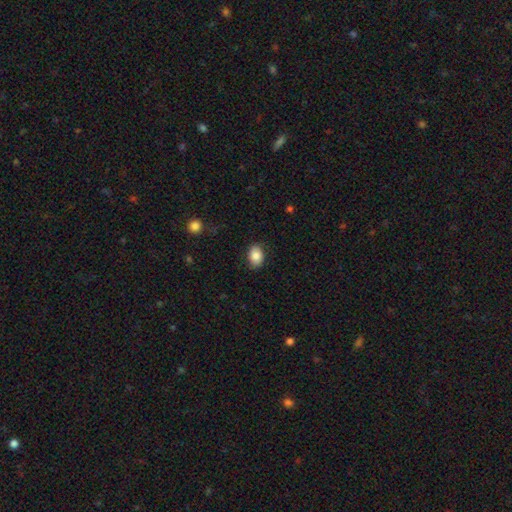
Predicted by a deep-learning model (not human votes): Q: Smooth or featured?
A: smooth (85%); runner-up: featured or disk (8%)
Q: How rounded?
A: in between (80%); runner-up: round (19%)
Q: Merging?
A: none (84%); runner-up: minor disturbance (12%)